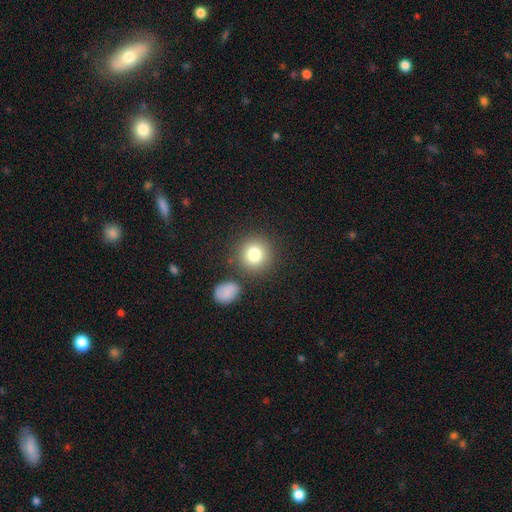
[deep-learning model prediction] The model was most divided on "smooth or featured": smooth: 71%, star or artifact: 21%, featured or disk: 8%. More confident: how rounded — round (92%); merging — none (83%).